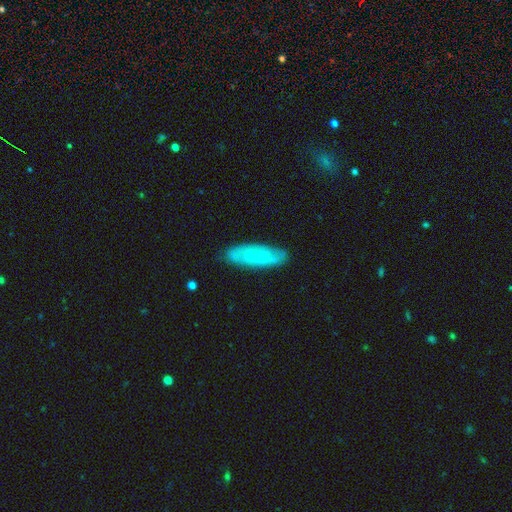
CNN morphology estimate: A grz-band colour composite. It shows a smooth galaxy with no disk features (50%) that is in between round and cigar-shaped (60%). Merging: none (83%).